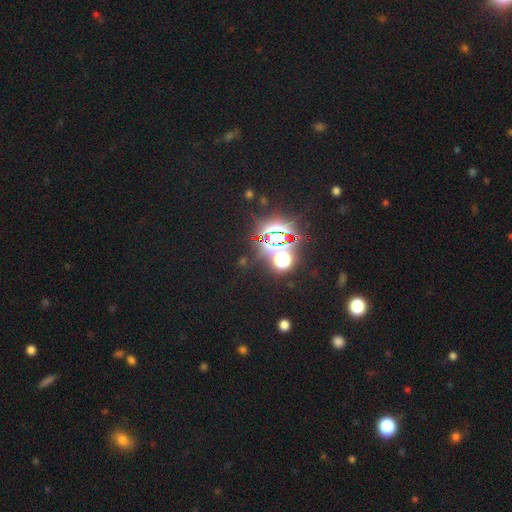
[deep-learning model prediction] A star or artifact, not a galaxy (77%).